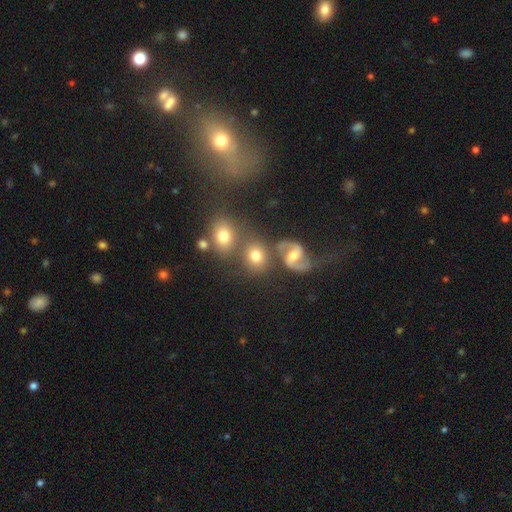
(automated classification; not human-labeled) This is likely a smooth galaxy (62%). How rounded: likely round (63%). Merging: likely none (61%).